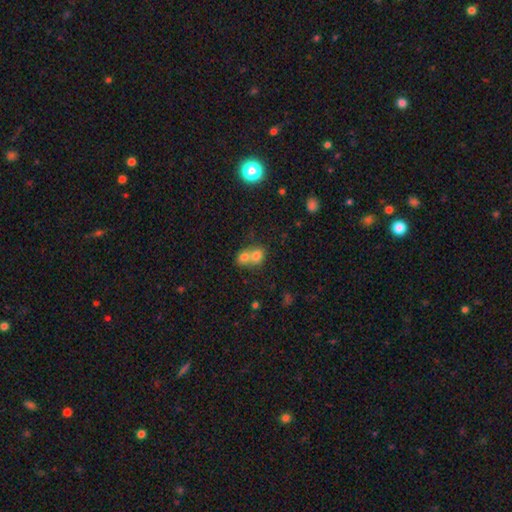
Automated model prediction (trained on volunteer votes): A smooth galaxy with no disk features (73%) that is round (67%). Merging: merger (69%).